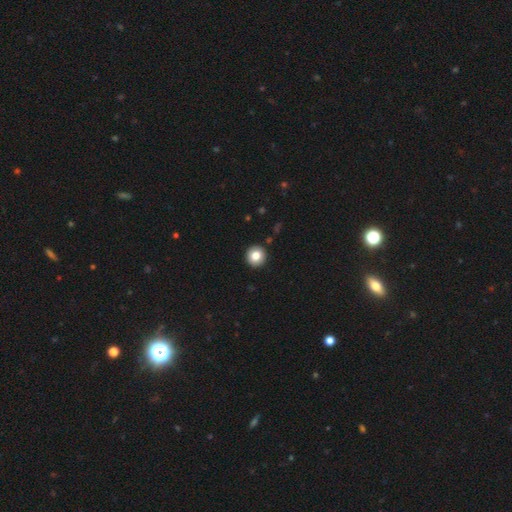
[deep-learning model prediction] Morphology: type=smooth (81%); roundness=round (93%); merging=none (93%).